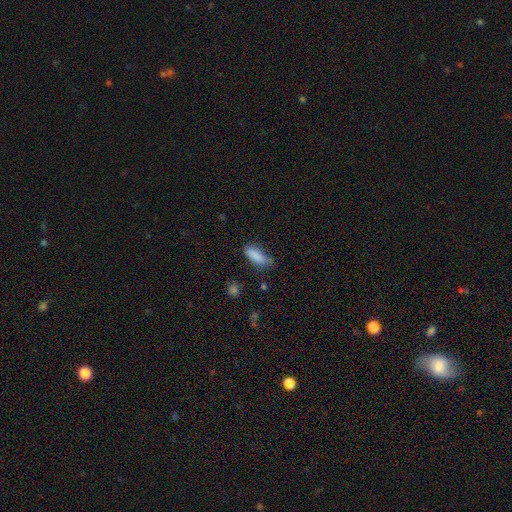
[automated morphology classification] Q: Smooth or featured?
A: smooth (86%); runner-up: star or artifact (8%)
Q: How rounded?
A: in between (68%); runner-up: cigar-shaped (30%)
Q: Merging?
A: none (57%); runner-up: minor disturbance (32%)